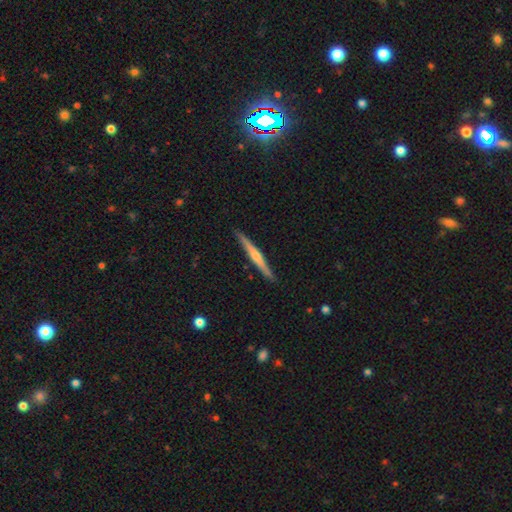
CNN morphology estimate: Smooth or featured? Predicted: featured or disk (p=0.61). Edge-on disk? Predicted: yes (p=0.97). Edge-on bulge? Predicted: rounded (p=0.63). Merging? Predicted: none (p=0.90).